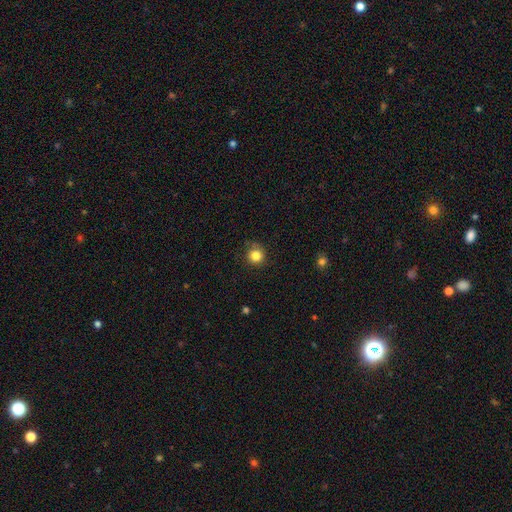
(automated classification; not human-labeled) This is clearly a smooth galaxy (83%). How rounded: clearly round (92%). Merging: likely none (79%).